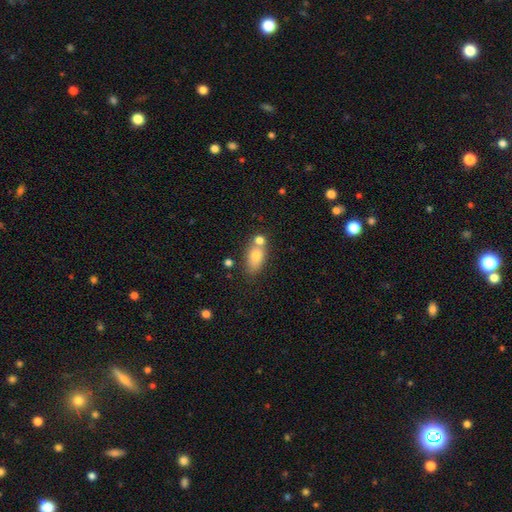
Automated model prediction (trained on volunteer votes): A smooth galaxy with no disk features (75%) that is in between round and cigar-shaped (80%). Merging: none (51%).